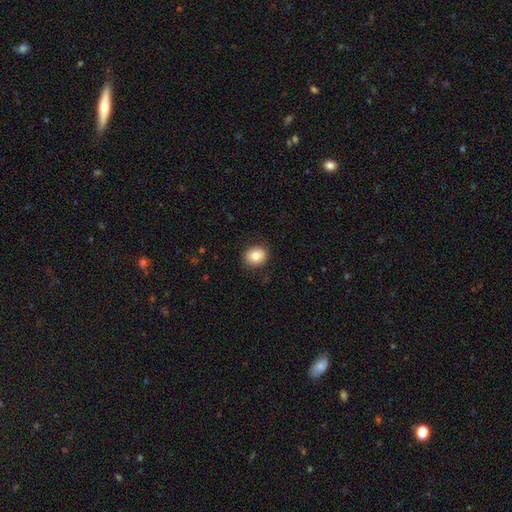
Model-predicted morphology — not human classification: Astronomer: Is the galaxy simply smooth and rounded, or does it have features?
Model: smooth — 81%.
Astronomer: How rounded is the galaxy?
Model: round — 74%.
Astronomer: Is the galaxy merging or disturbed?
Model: none — 87%.